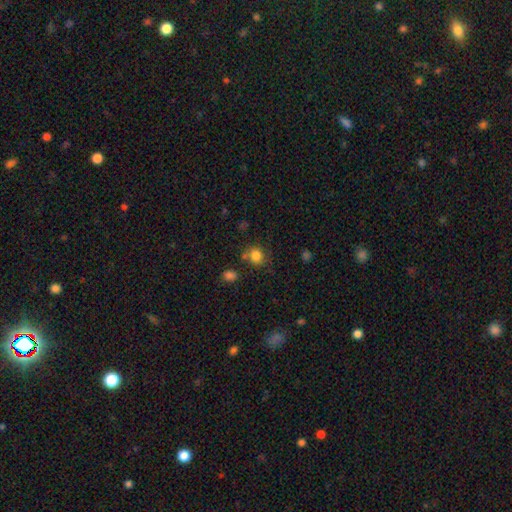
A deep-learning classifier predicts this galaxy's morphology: smooth_or_featured: smooth (p=0.83) [alt: star or artifact p=0.11]
how_rounded: round (p=0.79) [alt: in between p=0.20]
merging: none (p=0.71) [alt: minor disturbance p=0.14]